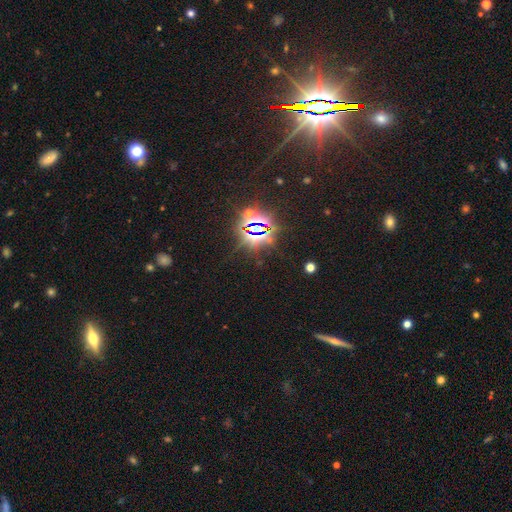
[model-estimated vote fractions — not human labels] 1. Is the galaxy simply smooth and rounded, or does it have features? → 82% star or artifact, 9% smooth, 9% featured or disk.